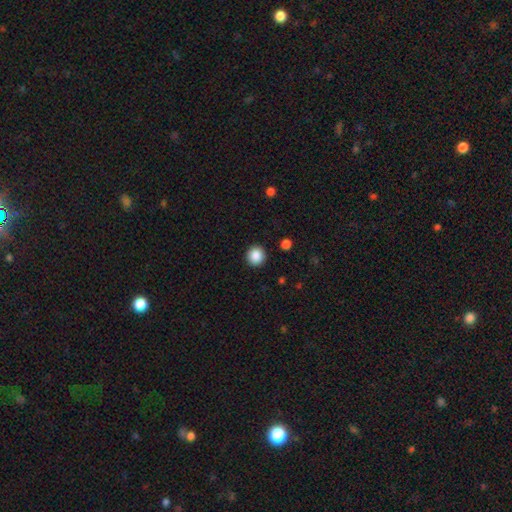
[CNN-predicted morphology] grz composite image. It shows a smooth galaxy with no disk features (87%) that is round (94%). Merging: none (93%).